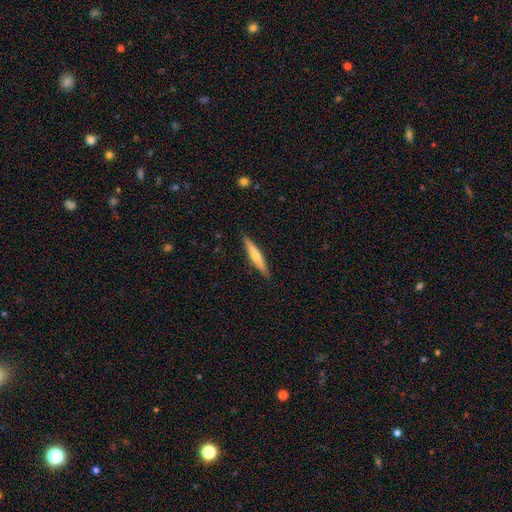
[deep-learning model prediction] A smooth galaxy with no disk features (50%).

Vote fractions:
- Smooth or featured? smooth: 50% / featured or disk: 45% / star or artifact: 5%
- Merging? none: 90% / minor disturbance: 8% / major disturbance: 1% / merger: 1%